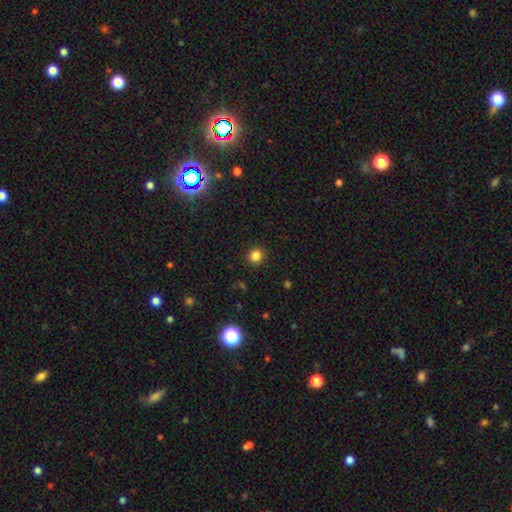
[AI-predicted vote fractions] Morphology: type=smooth (83%); roundness=round (91%); merging=none (92%).